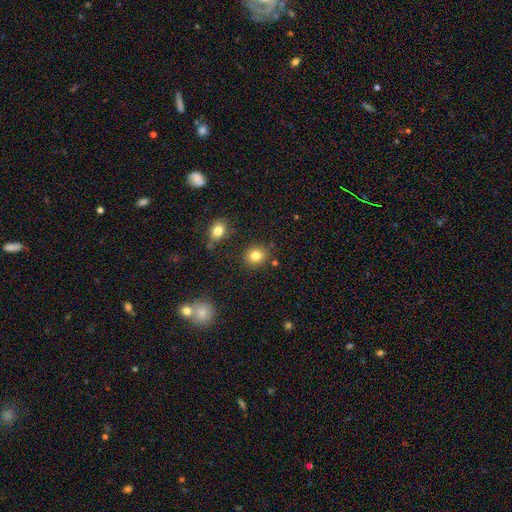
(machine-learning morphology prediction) smooth-or-featured: smooth: 83% | star or artifact: 11% | featured or disk: 7%
  how-rounded: round: 73% | in between: 26% | cigar-shaped: 1%
  merging: none: 85% | minor disturbance: 9% | merger: 4% | major disturbance: 3%